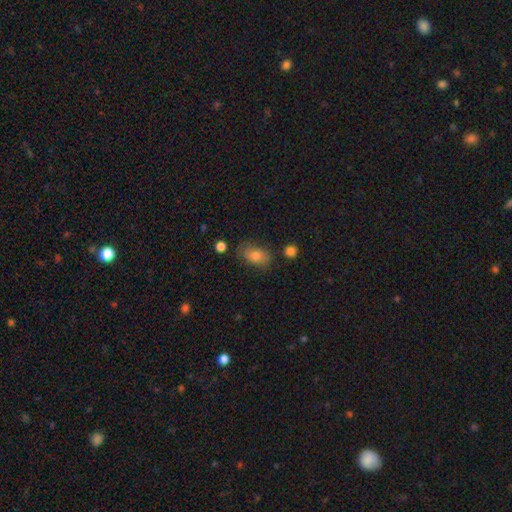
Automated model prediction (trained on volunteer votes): A smooth galaxy with no disk features (75%) that is in between round and cigar-shaped (86%). Merging: none (72%).